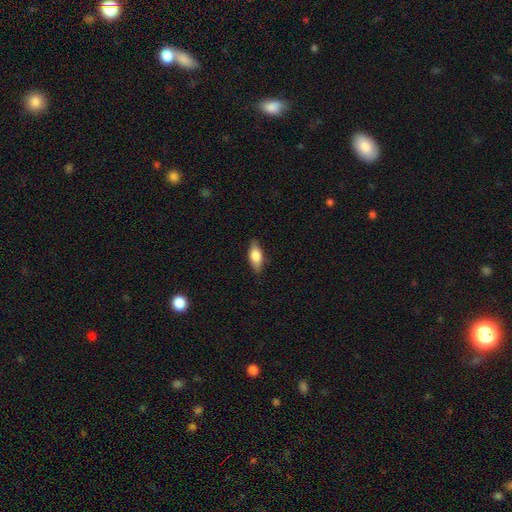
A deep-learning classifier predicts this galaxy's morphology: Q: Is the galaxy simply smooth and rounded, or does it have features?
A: smooth — 71%.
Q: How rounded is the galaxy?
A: in between — 80%.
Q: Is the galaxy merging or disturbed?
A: none — 83%.